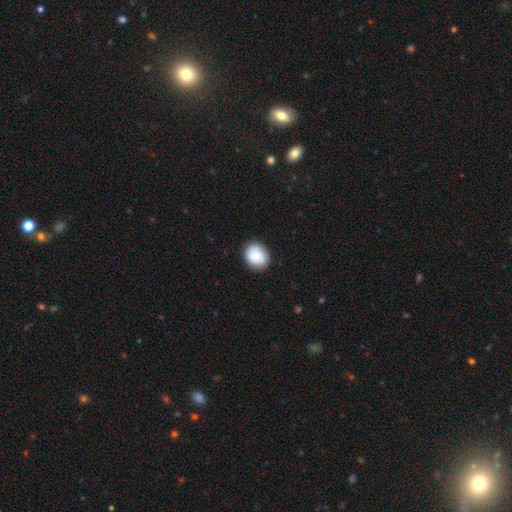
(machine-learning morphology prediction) smooth 83%, featured or disk 10%, star or artifact 7%. Down the decision tree: how rounded — round (60%); merging — none (87%).